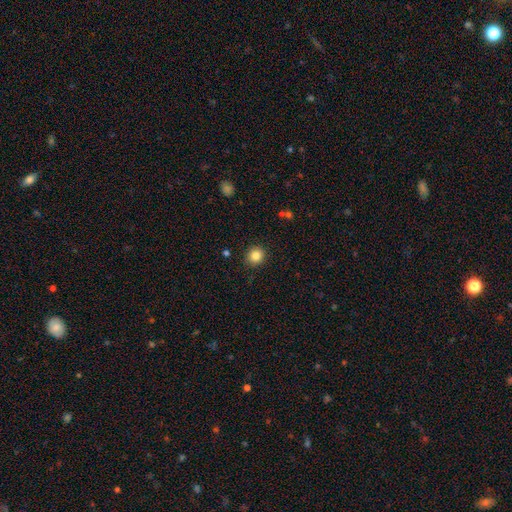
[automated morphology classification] Smooth or featured?
  - smooth: 84% *
  - star or artifact: 11%
  - featured or disk: 5%
How rounded?
  - round: 84% *
  - in between: 15%
  - cigar-shaped: 1%
Merging?
  - none: 90% *
  - minor disturbance: 7%
  - major disturbance: 2%
  - merger: 1%